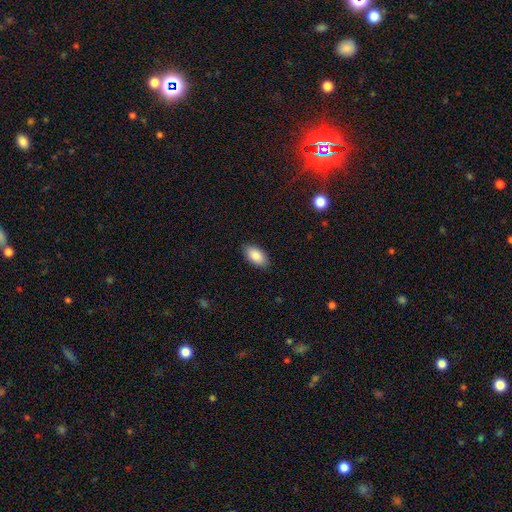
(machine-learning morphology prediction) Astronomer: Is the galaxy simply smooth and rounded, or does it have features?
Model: smooth — 88%.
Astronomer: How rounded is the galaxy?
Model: in between — 94%.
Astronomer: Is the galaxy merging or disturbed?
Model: none — 88%.